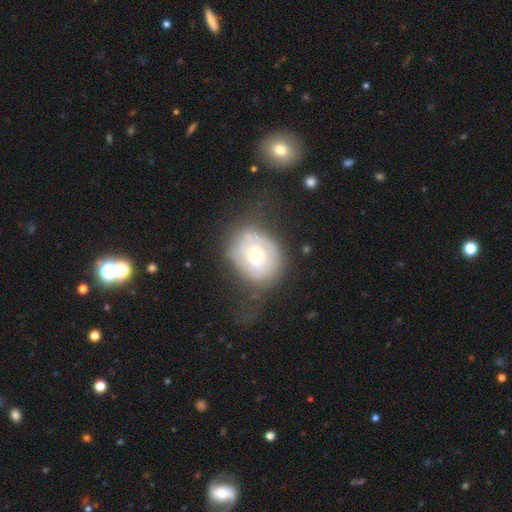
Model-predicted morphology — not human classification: Smooth or featured? Predicted: featured or disk (p=0.59). Edge-on disk? Predicted: no (p=0.96). Bar? Predicted: no (p=0.77). Spiral arms? Predicted: yes (p=0.62). Bulge size? Predicted: moderate (p=0.68). Merging? Predicted: none (p=0.50).